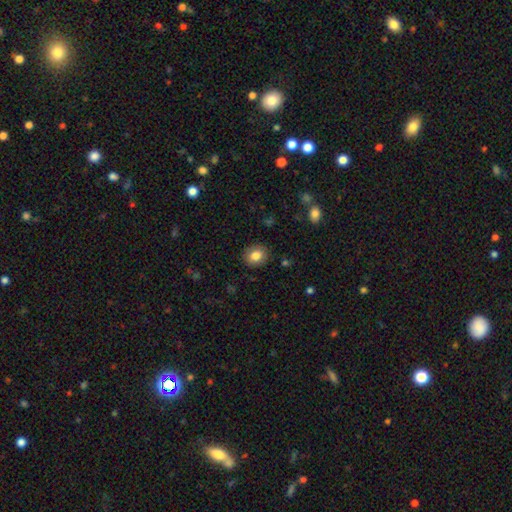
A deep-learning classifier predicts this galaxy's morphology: smooth_or_featured: smooth (p=0.82) [alt: star or artifact p=0.09]
how_rounded: round (p=0.67) [alt: in between p=0.32]
merging: none (p=0.88) [alt: minor disturbance p=0.08]